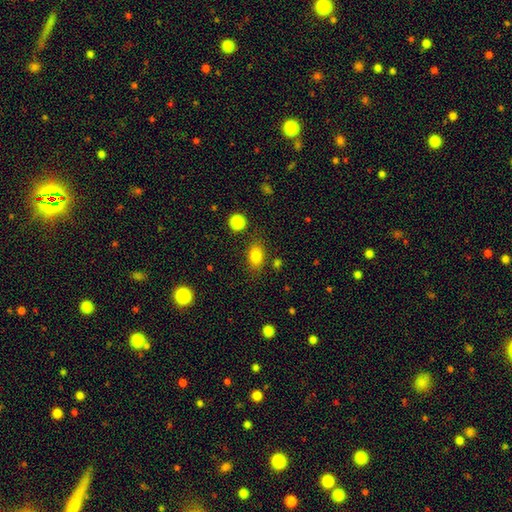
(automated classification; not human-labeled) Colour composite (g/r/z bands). It shows a smooth galaxy with no disk features (83%) that is in between round and cigar-shaped (80%). Merging: none (80%).